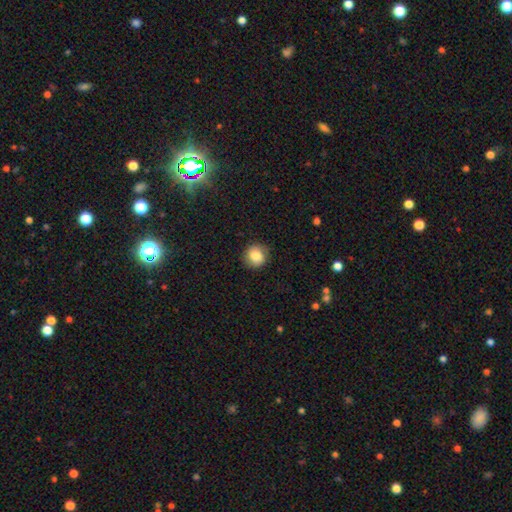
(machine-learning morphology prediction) This is clearly a smooth galaxy (81%). How rounded: clearly round (86%). Merging: clearly none (83%).